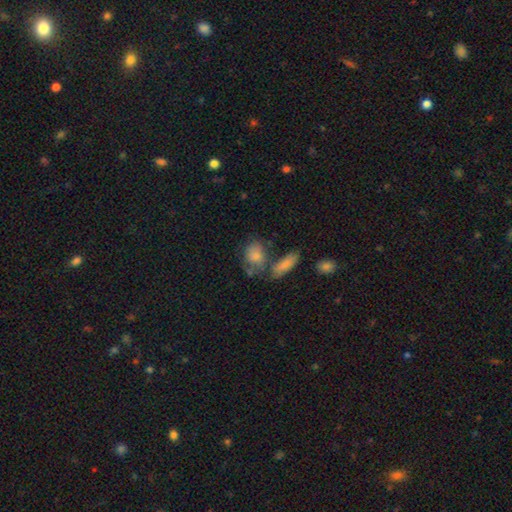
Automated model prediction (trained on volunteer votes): smooth_or_featured: smooth (p=0.66) [alt: featured or disk p=0.21]
how_rounded: in between (p=0.64) [alt: round p=0.31]
merging: none (p=0.48) [alt: merger p=0.25]